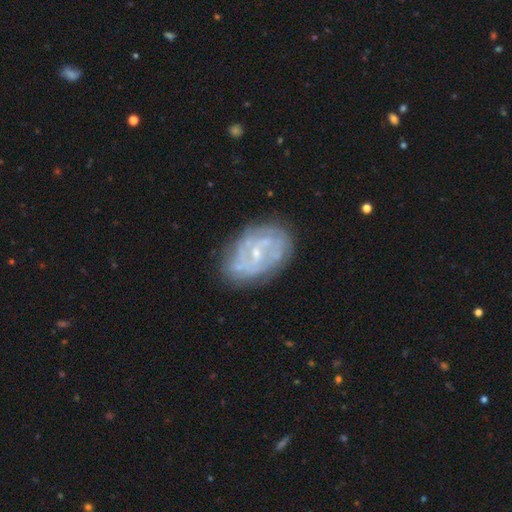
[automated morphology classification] smooth_or_featured: featured or disk (p=0.71) [alt: smooth p=0.17]
disk_edge_on: no (p=0.95) [alt: yes p=0.05]
bar: no (p=0.45) [alt: weak p=0.41]
has_spiral_arms: yes (p=0.79) [alt: no p=0.21]
spiral_winding: tight (p=0.52) [alt: medium p=0.34]
spiral_arm_count: can't tell (p=0.42) [alt: 2 p=0.29]
bulge_size: small (p=0.72) [alt: moderate p=0.21]
merging: none (p=0.78) [alt: minor disturbance p=0.14]